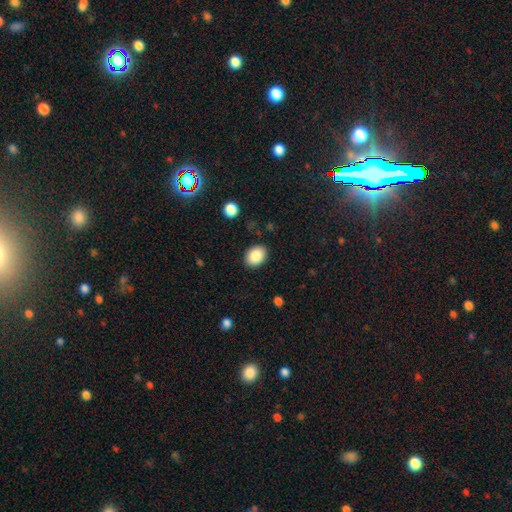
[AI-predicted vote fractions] Smooth or featured?
  - smooth: 87% *
  - star or artifact: 8%
  - featured or disk: 5%
How rounded?
  - in between: 66% *
  - round: 33%
  - cigar-shaped: 1%
Merging?
  - none: 88% *
  - minor disturbance: 9%
  - major disturbance: 2%
  - merger: 1%